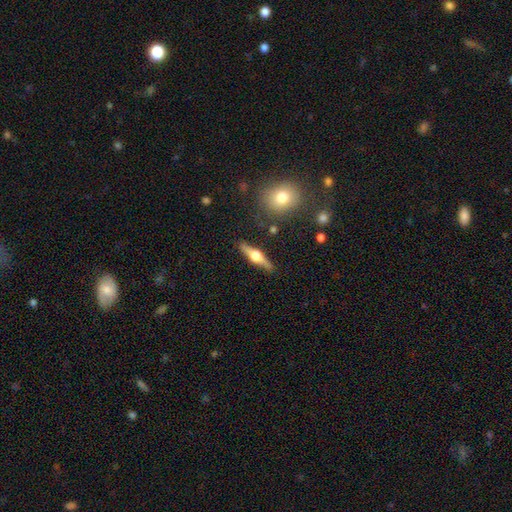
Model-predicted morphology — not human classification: A featured or disk galaxy (71%) viewed edge-on (96%) with a rounded central bulge (94%).

Vote fractions:
- Smooth or featured? featured or disk: 71% / smooth: 24% / star or artifact: 5%
- Edge-on disk? yes: 96% / no: 4%
- Edge-on bulge? rounded: 94% / boxy: 4% / none: 2%
- Merging? none: 87% / minor disturbance: 8% / merger: 3% / major disturbance: 2%